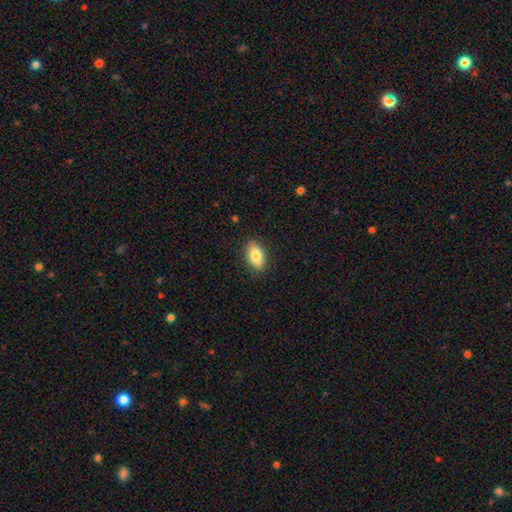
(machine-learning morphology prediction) smooth 79%, featured or disk 14%, star or artifact 7%. Down the decision tree: how rounded — in between (86%); merging — none (87%).